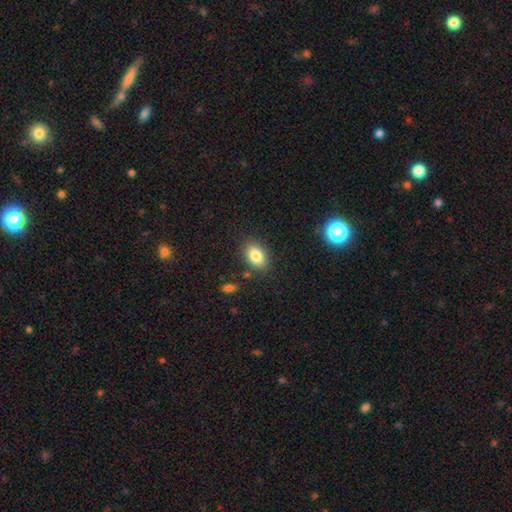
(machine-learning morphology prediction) Q: Smooth or featured?
A: smooth (83%); runner-up: featured or disk (9%)
Q: How rounded?
A: in between (85%); runner-up: round (14%)
Q: Merging?
A: none (83%); runner-up: minor disturbance (11%)